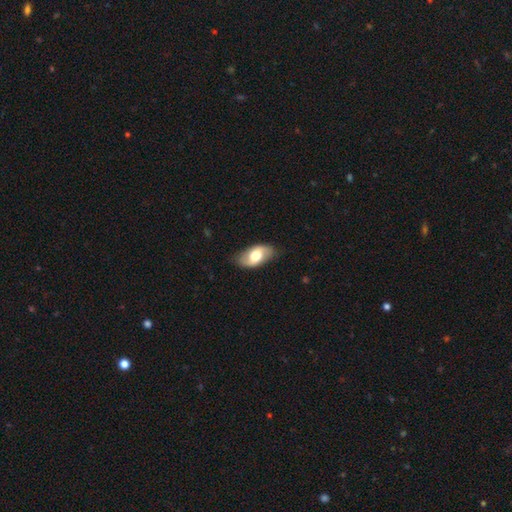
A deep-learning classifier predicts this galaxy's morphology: This is possibly a smooth galaxy (50%). How rounded: clearly in between (92%). Merging: clearly none (81%).